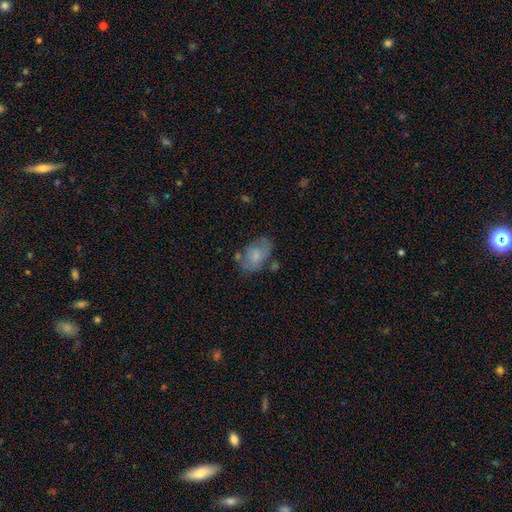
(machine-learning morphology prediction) This appears to be a smooth galaxy with no disk features (59%) that is in between round and cigar-shaped (86%). Merging: none (52%).